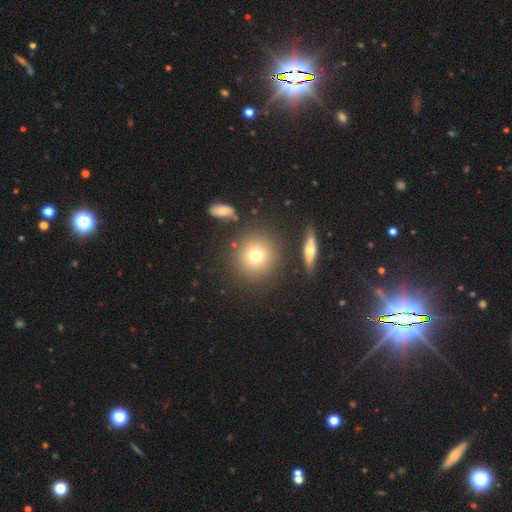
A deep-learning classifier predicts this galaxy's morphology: smooth_or_featured: smooth (p=0.73) [alt: featured or disk p=0.14]
how_rounded: round (p=0.91) [alt: in between p=0.08]
merging: none (p=0.83) [alt: minor disturbance p=0.08]